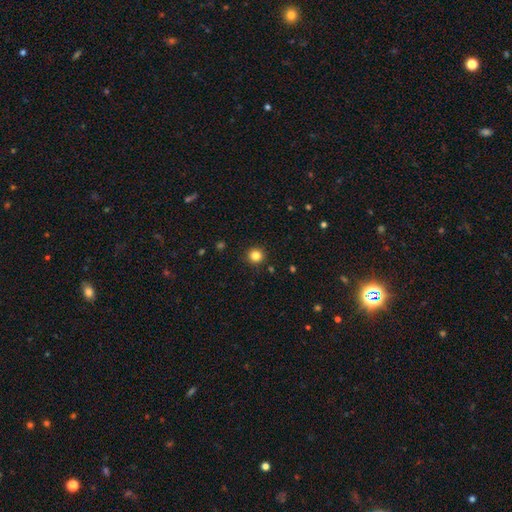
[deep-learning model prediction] Smooth or featured: smooth — 84% (star or artifact — 12%)
How rounded: round — 94% (in between — 5%)
Merging: none — 91% (minor disturbance — 5%)